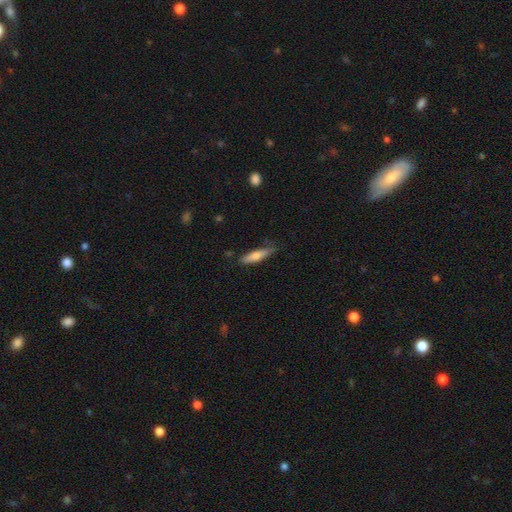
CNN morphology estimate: The model was most divided on "smooth or featured": smooth: 68%, featured or disk: 26%, star or artifact: 6%. More confident: how rounded — cigar-shaped (78%); merging — none (74%).